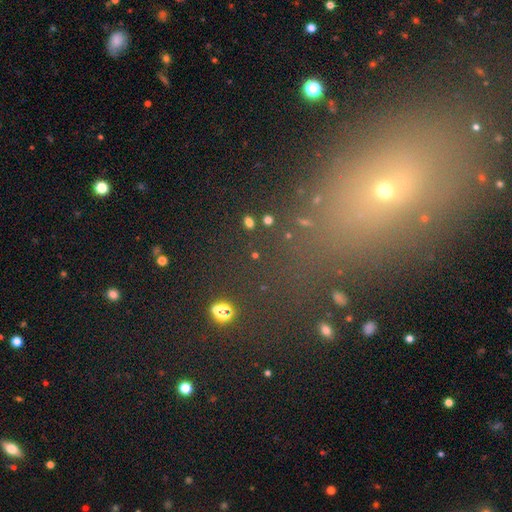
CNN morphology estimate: Overall: star or artifact (49%; smooth 39%).